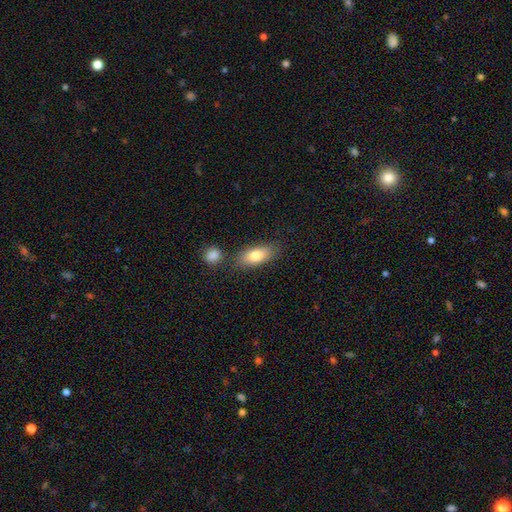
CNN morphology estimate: A smooth galaxy with no disk features (78%) that is in between round and cigar-shaped (81%).

Vote fractions:
- Smooth or featured? smooth: 78% / featured or disk: 15% / star or artifact: 7%
- How rounded? in between: 81% / cigar-shaped: 13% / round: 6%
- Merging? none: 75% / minor disturbance: 13% / merger: 9% / major disturbance: 3%